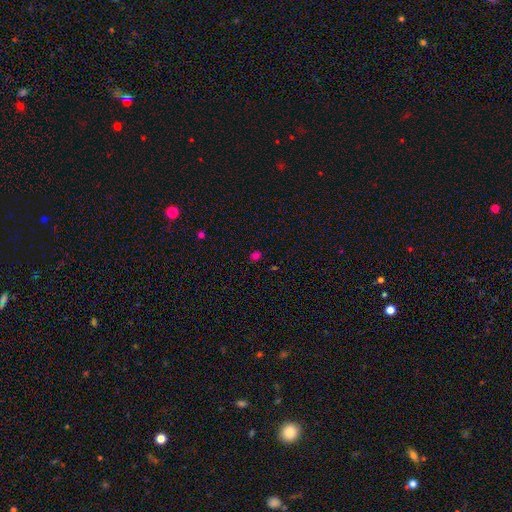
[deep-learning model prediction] smooth-or-featured: smooth: 69% | star or artifact: 27% | featured or disk: 4%
  how-rounded: round: 57% | in between: 41% | cigar-shaped: 1%
  merging: none: 85% | minor disturbance: 10% | major disturbance: 3% | merger: 2%